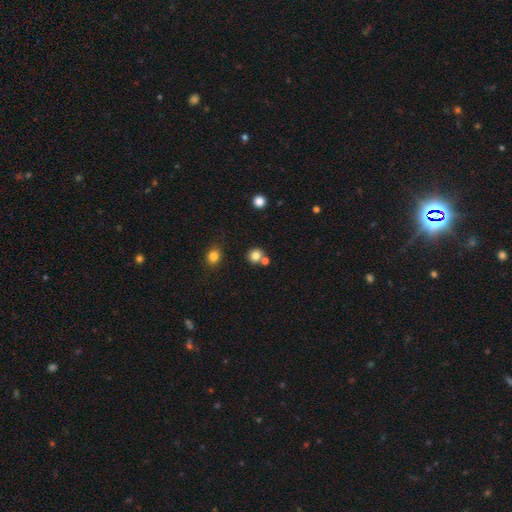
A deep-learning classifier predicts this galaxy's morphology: smooth-or-featured: smooth: 80% | star or artifact: 13% | featured or disk: 8%
  how-rounded: round: 85% | in between: 14% | cigar-shaped: 1%
  merging: none: 65% | merger: 24% | minor disturbance: 8% | major disturbance: 3%